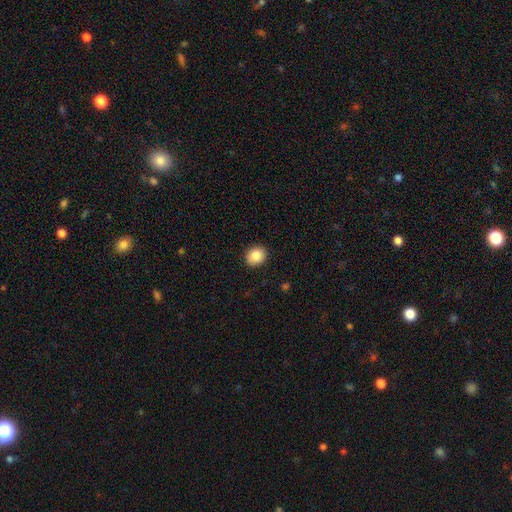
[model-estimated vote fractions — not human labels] smooth_or_featured: smooth (p=0.87) [alt: star or artifact p=0.08]
how_rounded: round (p=0.65) [alt: in between p=0.34]
merging: none (p=0.90) [alt: minor disturbance p=0.07]